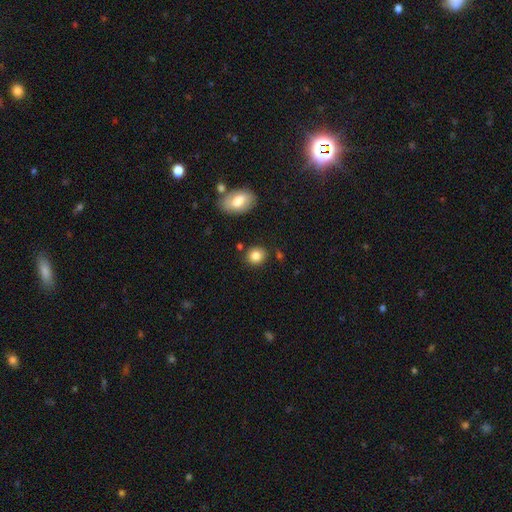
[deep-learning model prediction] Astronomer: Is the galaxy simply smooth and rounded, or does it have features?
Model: smooth — 84%.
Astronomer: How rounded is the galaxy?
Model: round — 72%.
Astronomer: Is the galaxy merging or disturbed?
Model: none — 82%.